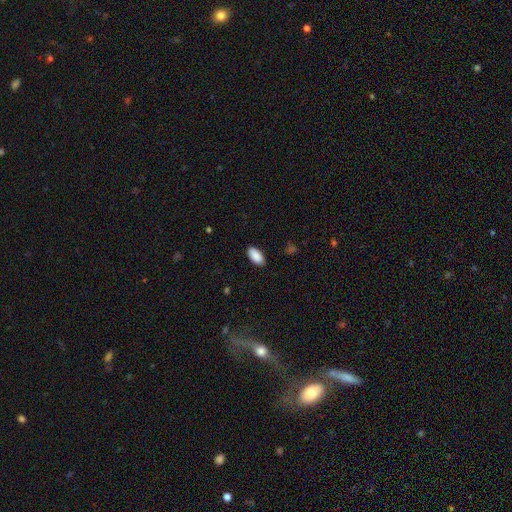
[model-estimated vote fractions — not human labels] Smooth or featured? Predicted: smooth (p=0.90). How rounded? Predicted: in between (p=0.95). Merging? Predicted: none (p=0.87).